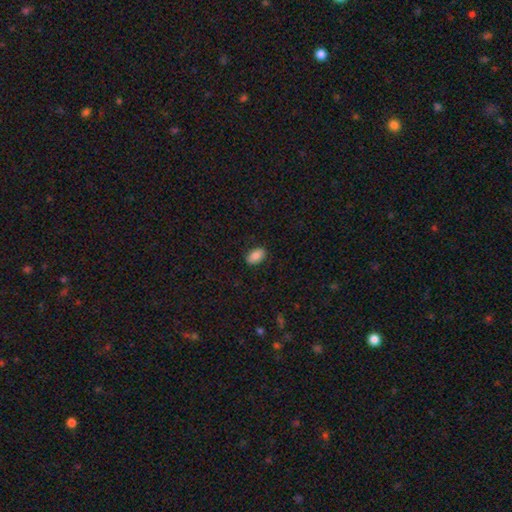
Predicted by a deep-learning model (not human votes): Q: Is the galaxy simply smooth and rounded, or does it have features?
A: smooth — 85%.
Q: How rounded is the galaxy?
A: in between — 92%.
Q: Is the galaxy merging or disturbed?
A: none — 87%.